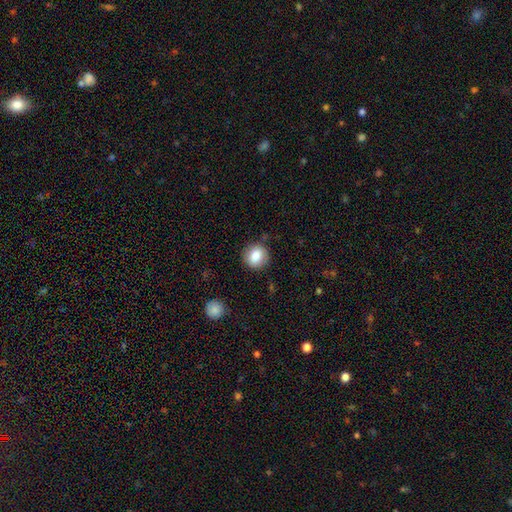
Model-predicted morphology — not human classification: smooth-or-featured: smooth: 83% | featured or disk: 9% | star or artifact: 8%
  how-rounded: round: 86% | in between: 13% | cigar-shaped: 1%
  merging: none: 86% | minor disturbance: 10% | major disturbance: 3% | merger: 2%